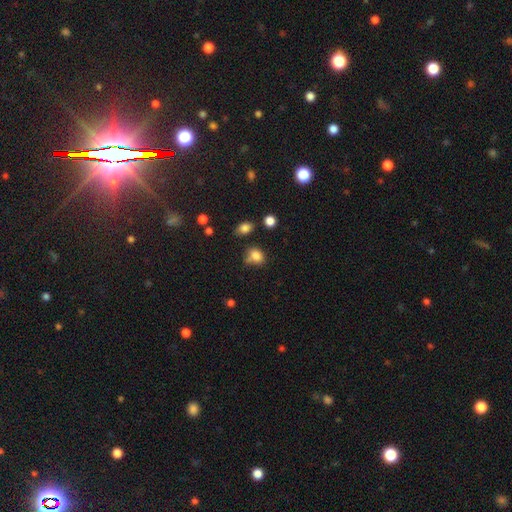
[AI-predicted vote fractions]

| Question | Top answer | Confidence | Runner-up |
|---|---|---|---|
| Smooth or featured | smooth | 81% | star or artifact (12%) |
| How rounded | in between | 53% | round (45%) |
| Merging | none | 53% | minor disturbance (26%) |